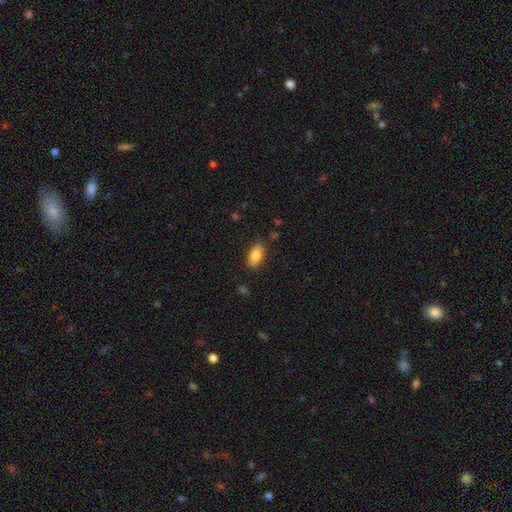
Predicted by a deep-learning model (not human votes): A smooth galaxy with no disk features (84%) that is in between round and cigar-shaped (91%).

Vote fractions:
- Smooth or featured? smooth: 84% / featured or disk: 9% / star or artifact: 7%
- How rounded? in between: 91% / cigar-shaped: 6% / round: 3%
- Merging? none: 83% / minor disturbance: 13% / major disturbance: 3% / merger: 1%